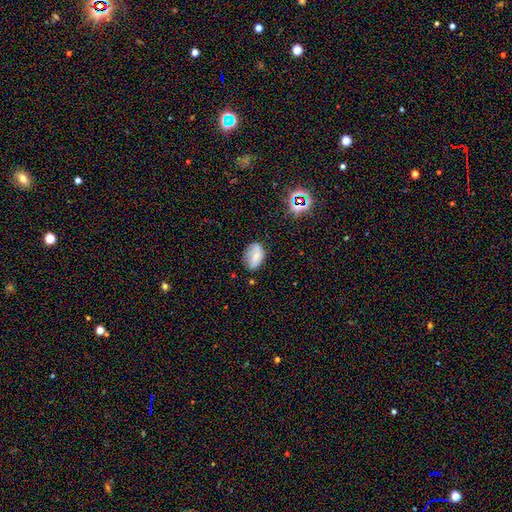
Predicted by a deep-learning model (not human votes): The model was most divided on "merging": none: 63%, minor disturbance: 27%, major disturbance: 8%, merger: 3%. More confident: how rounded — in between (85%); smooth or featured — smooth (64%).